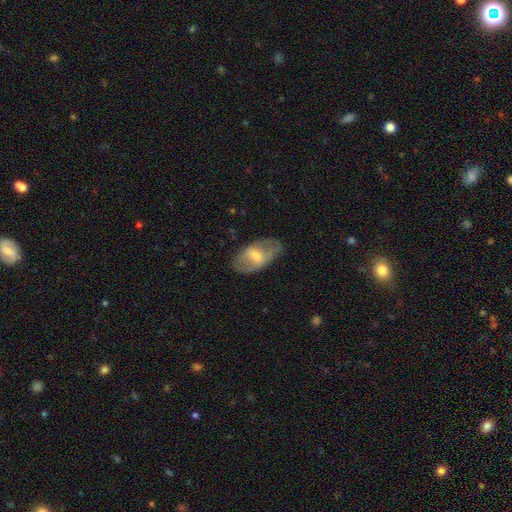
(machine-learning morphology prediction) Smooth or featured? featured or disk (47%)
Merging? none (69%)